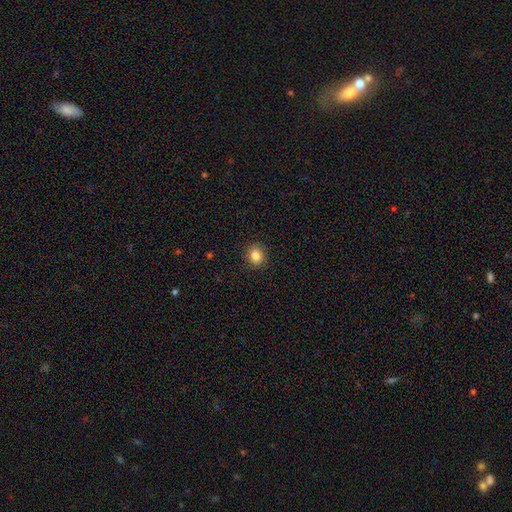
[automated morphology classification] This is clearly a smooth galaxy (84%). How rounded: likely round (75%). Merging: clearly none (89%).